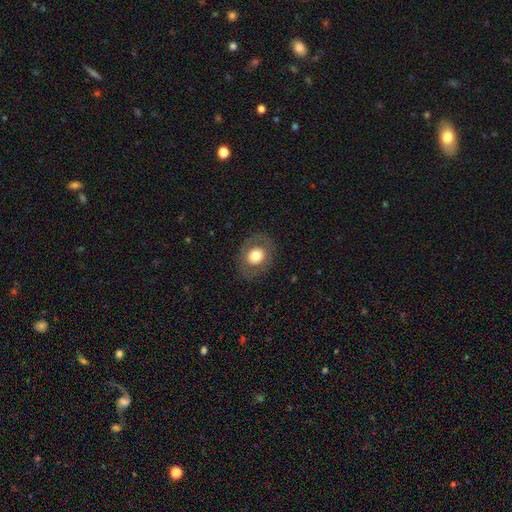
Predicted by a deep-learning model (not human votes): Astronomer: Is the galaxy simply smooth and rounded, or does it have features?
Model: smooth — 65%.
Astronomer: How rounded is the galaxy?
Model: round — 60% (runner-up: in between, 40%).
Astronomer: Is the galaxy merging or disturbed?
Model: none — 81%.